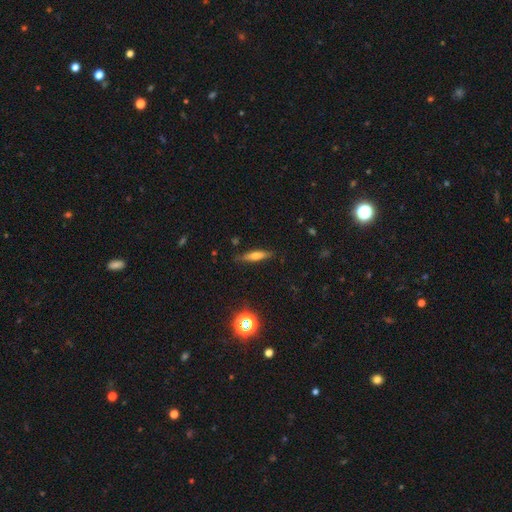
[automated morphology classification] smooth_or_featured: smooth (p=0.51) [alt: featured or disk p=0.40]
how_rounded: cigar-shaped (p=0.77) [alt: in between p=0.20]
merging: none (p=0.85) [alt: minor disturbance p=0.11]